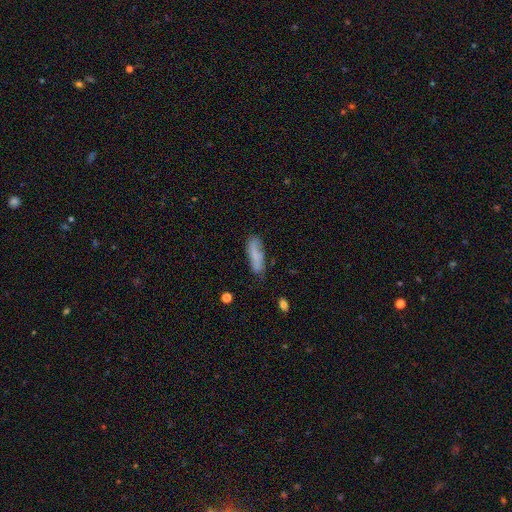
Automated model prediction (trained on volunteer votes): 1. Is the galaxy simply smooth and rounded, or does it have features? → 72% smooth, 21% featured or disk, 8% star or artifact.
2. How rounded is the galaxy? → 51% cigar-shaped, 47% in between, 2% round.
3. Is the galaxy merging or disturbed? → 69% none, 22% minor disturbance, 6% major disturbance, 3% merger.